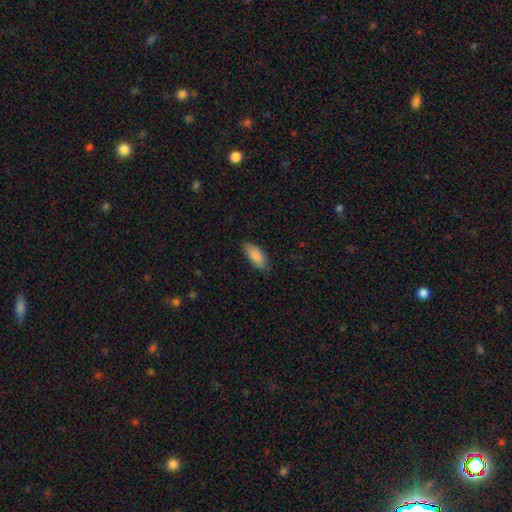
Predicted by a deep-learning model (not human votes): Morphology: type=smooth (87%); roundness=in between (85%); merging=none (77%).